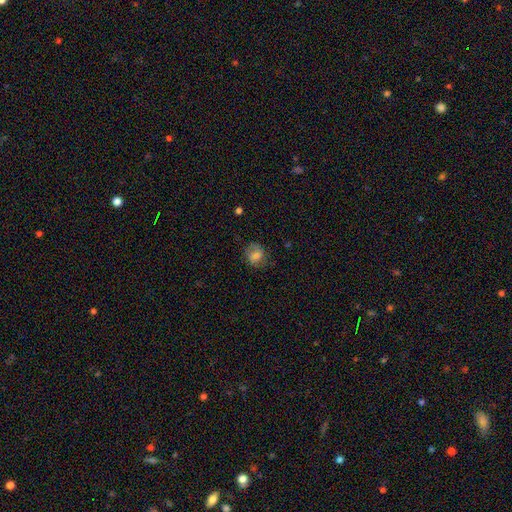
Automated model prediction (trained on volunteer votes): smooth_or_featured: smooth (p=0.71) [alt: featured or disk p=0.19]
how_rounded: round (p=0.66) [alt: in between p=0.33]
merging: none (p=0.68) [alt: minor disturbance p=0.21]